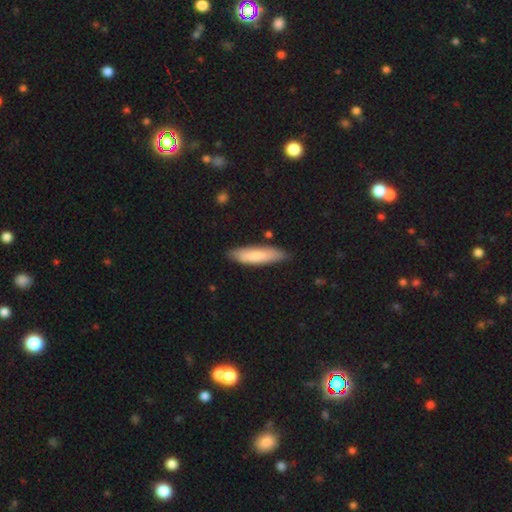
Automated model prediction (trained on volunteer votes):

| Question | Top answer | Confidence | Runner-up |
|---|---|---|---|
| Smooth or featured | smooth | 79% | featured or disk (16%) |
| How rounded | cigar-shaped | 70% | in between (29%) |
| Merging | none | 83% | minor disturbance (13%) |